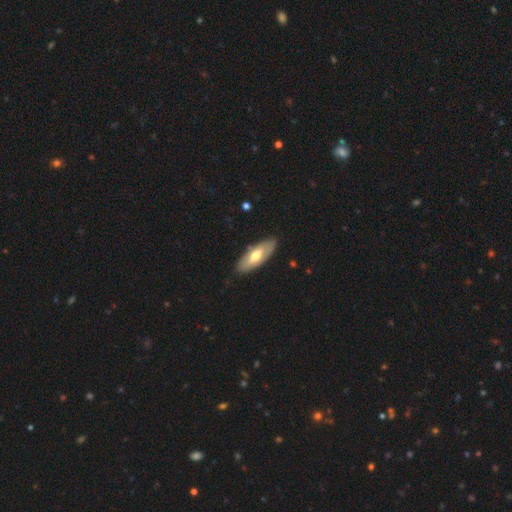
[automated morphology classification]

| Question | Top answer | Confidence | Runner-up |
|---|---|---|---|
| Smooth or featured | smooth | 51% | featured or disk (44%) |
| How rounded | in between | 76% | cigar-shaped (22%) |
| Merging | none | 84% | minor disturbance (12%) |